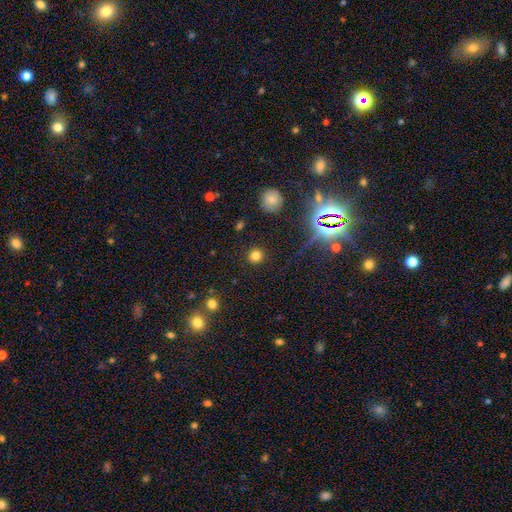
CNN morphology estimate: Smooth or featured? Predicted: smooth (p=0.78). How rounded? Predicted: round (p=0.92). Merging? Predicted: none (p=0.91).